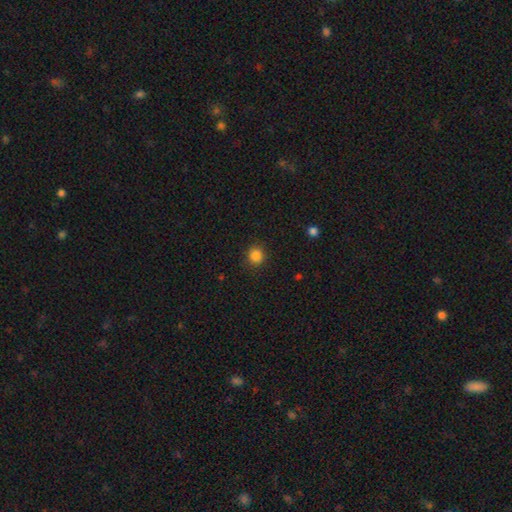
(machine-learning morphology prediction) Overall: smooth (85%). How rounded: round (89%). Merging: none (89%).